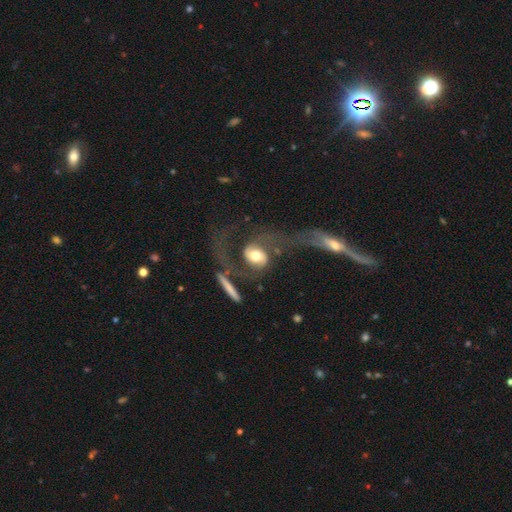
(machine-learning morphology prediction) featured or disk 72%, smooth 22%, star or artifact 6%. Down the decision tree: edge-on disk — no (94%); bar — no (60%); spiral arms — yes (85%); spiral arm count — 2 (86%); spiral winding — loose (60%); bulge size — moderate (59%); merging — major disturbance (38%).